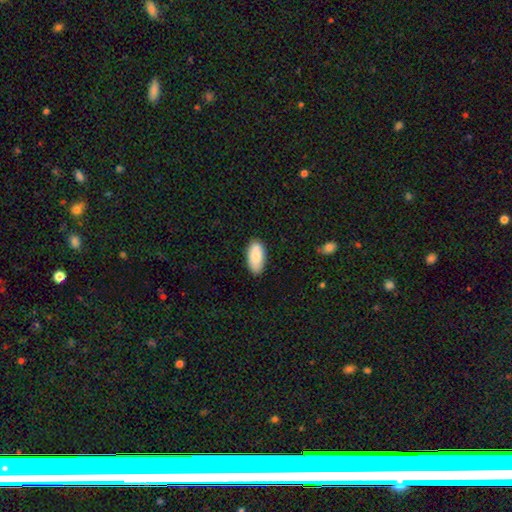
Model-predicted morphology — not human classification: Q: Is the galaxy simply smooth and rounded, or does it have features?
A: smooth — 85%.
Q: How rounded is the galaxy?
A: in between — 93%.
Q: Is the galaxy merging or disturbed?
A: none — 84%.